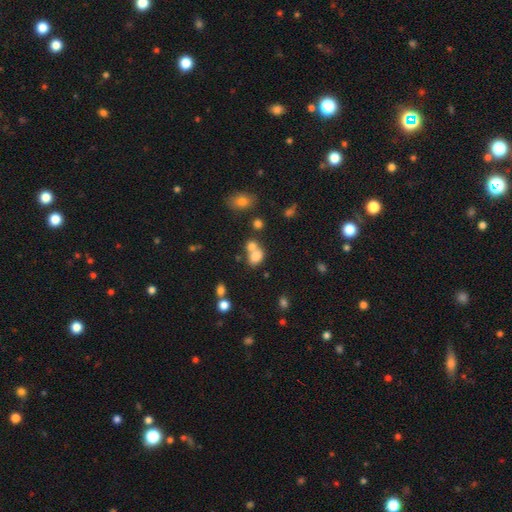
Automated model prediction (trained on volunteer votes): smooth_or_featured: smooth (p=0.75) [alt: featured or disk p=0.12]
how_rounded: in between (p=0.57) [alt: round p=0.42]
merging: merger (p=0.56) [alt: none p=0.31]